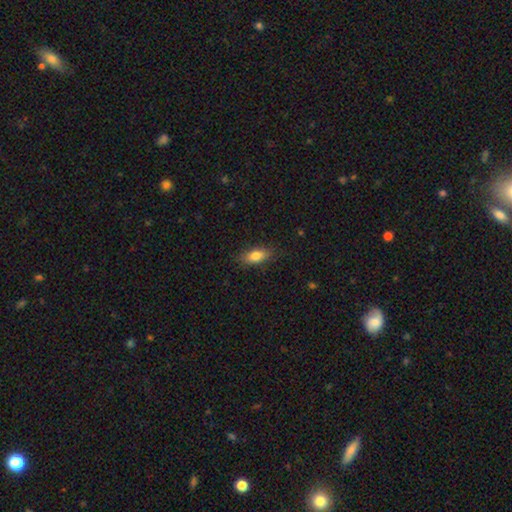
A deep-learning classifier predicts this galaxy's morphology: smooth 80%, featured or disk 12%, star or artifact 8%. Down the decision tree: how rounded — in between (82%); merging — none (83%).